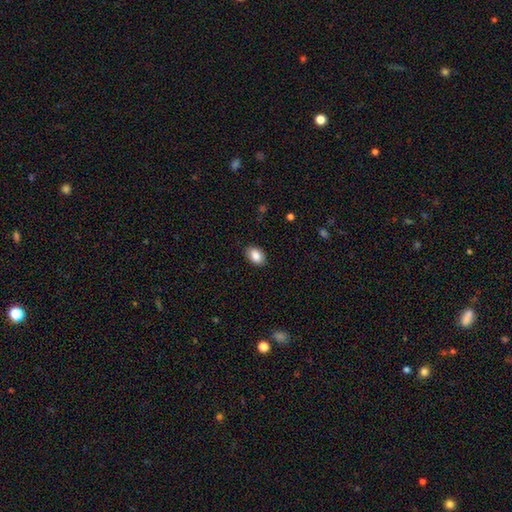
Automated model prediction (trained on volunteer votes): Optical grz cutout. It shows a smooth galaxy with no disk features (87%) that is in between round and cigar-shaped (86%). Merging: none (89%).